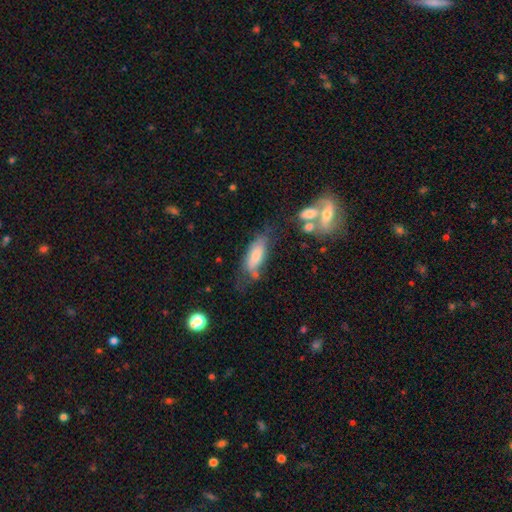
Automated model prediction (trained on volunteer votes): Smooth or featured? Predicted: smooth (p=0.73). How rounded? Predicted: in between (p=0.70). Merging? Predicted: none (p=0.44).